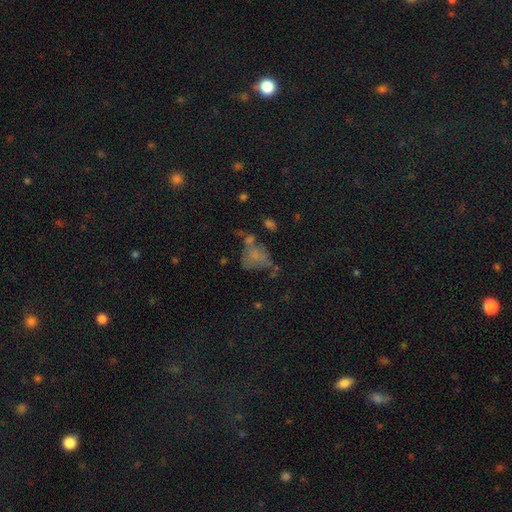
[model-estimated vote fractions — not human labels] smooth-or-featured: smooth: 56% | featured or disk: 27% | star or artifact: 17%
  how-rounded: in between: 62% | round: 36% | cigar-shaped: 2%
  merging: none: 28% | major disturbance: 27% | merger: 25% | minor disturbance: 20%